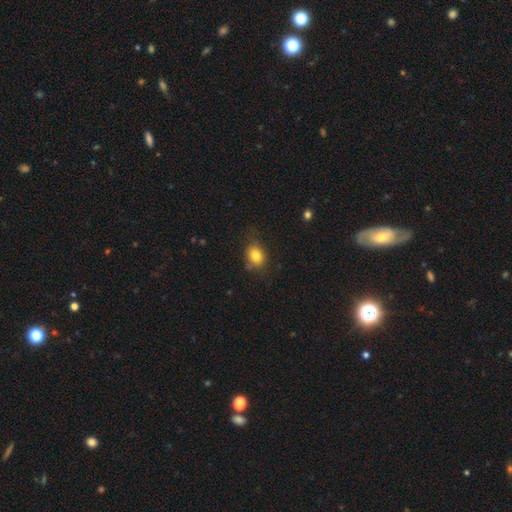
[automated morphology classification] type=smooth (80%); roundness=in between (52%); merging=none (66%).